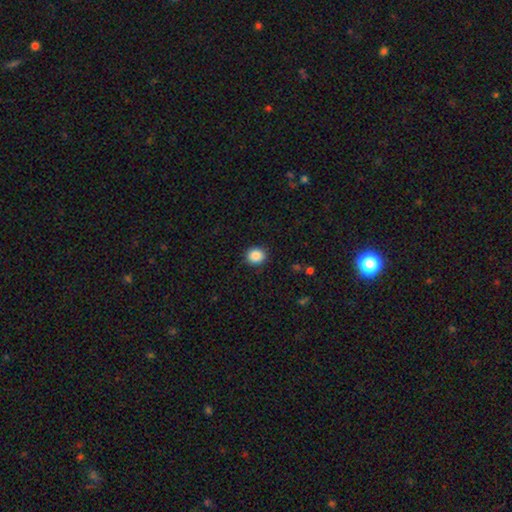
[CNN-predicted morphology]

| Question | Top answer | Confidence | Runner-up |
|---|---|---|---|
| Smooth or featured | smooth | 87% | star or artifact (9%) |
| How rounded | round | 84% | in between (15%) |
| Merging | none | 90% | minor disturbance (7%) |